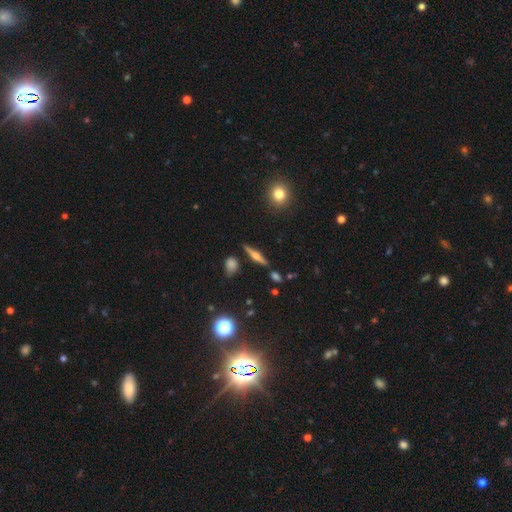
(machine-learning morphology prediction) Overall: featured or disk (67%). Edge-on disk: yes (96%). Edge-on bulge: rounded (90%). Merging: none (85%).